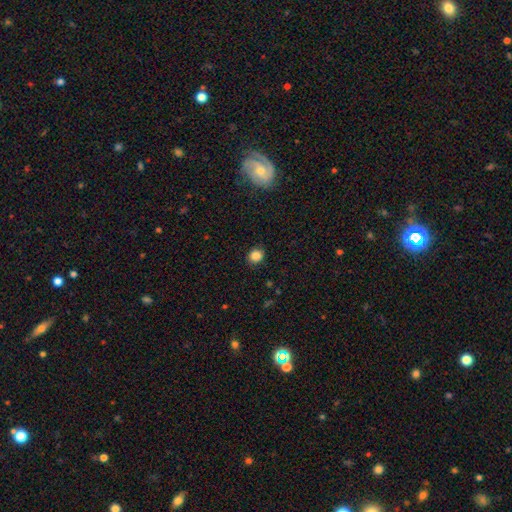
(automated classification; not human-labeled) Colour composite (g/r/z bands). It shows a smooth galaxy with no disk features (85%) that is round (77%). Merging: none (86%).